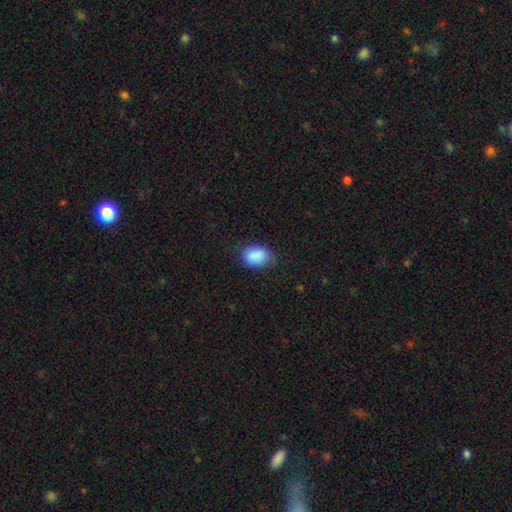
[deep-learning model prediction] smooth_or_featured: smooth (p=0.89) [alt: star or artifact p=0.07]
how_rounded: in between (p=0.81) [alt: round p=0.18]
merging: none (p=0.74) [alt: minor disturbance p=0.20]